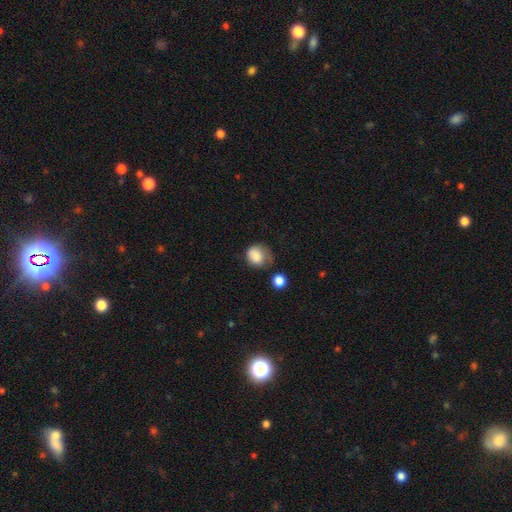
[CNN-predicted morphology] smooth_or_featured: smooth (p=0.82) [alt: featured or disk p=0.10]
how_rounded: round (p=0.65) [alt: in between p=0.34]
merging: none (p=0.40) [alt: minor disturbance p=0.33]